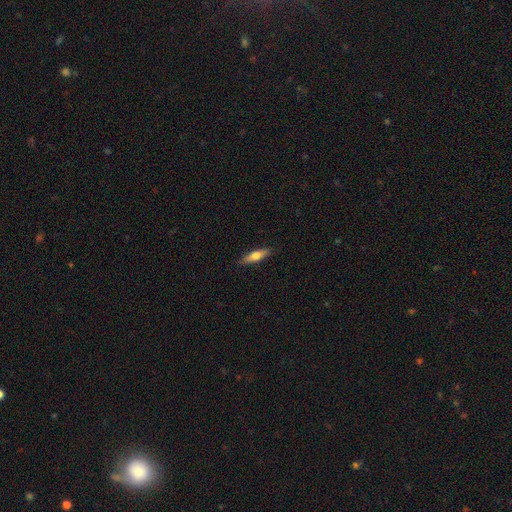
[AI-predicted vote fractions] Overall: smooth (56%; featured or disk 38%). How rounded: cigar-shaped (67%; in between 31%). Merging: none (89%).